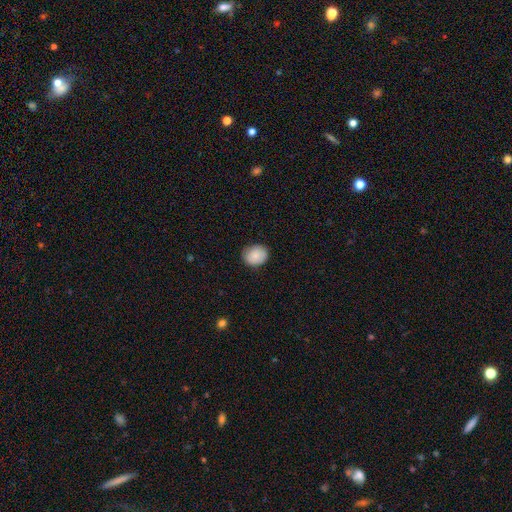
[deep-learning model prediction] This is clearly a smooth galaxy (85%). How rounded: likely round (64%). Merging: clearly none (83%).